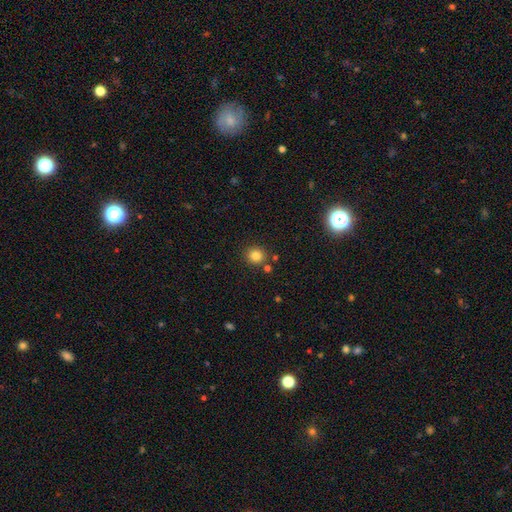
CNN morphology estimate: smooth 83%, star or artifact 12%, featured or disk 5%. Down the decision tree: how rounded — round (88%); merging — none (83%).